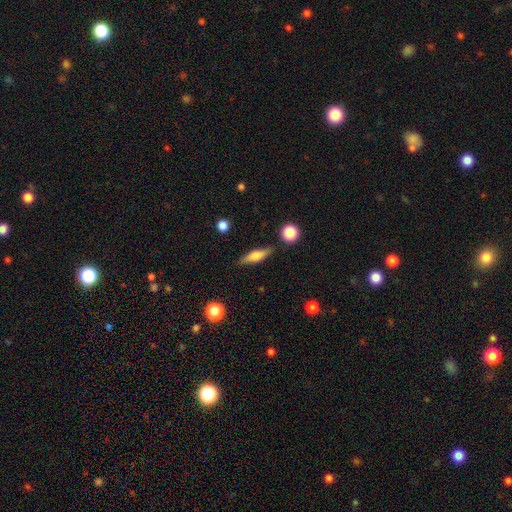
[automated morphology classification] Smooth or featured: smooth — 53% (featured or disk — 40%)
How rounded: cigar-shaped — 64% (in between — 32%)
Merging: none — 84% (minor disturbance — 11%)